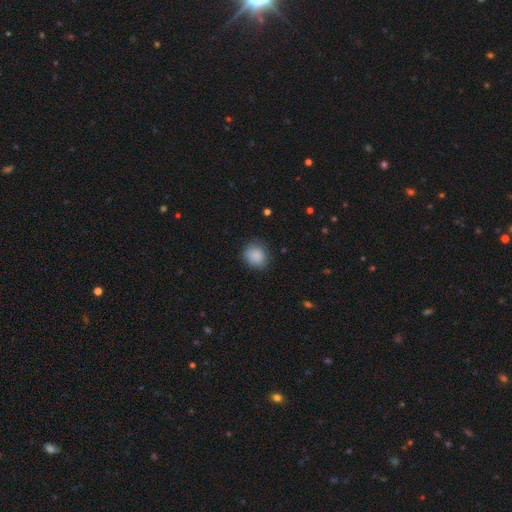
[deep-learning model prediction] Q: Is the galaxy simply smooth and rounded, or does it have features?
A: smooth — 87%.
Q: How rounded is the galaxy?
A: round — 72%.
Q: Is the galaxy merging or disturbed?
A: none — 77%.